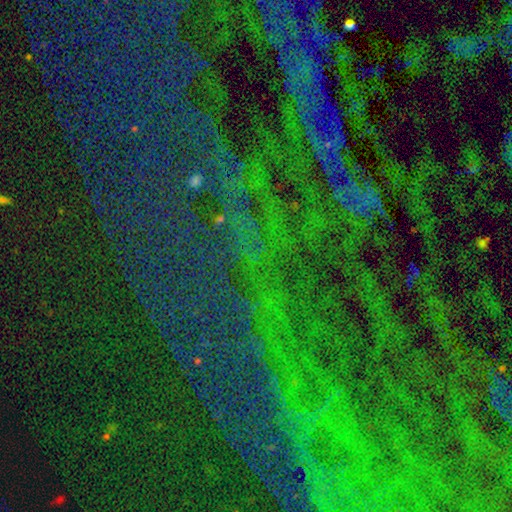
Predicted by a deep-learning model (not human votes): The model was most divided on "smooth or featured": star or artifact: 82%, smooth: 10%, featured or disk: 8%.